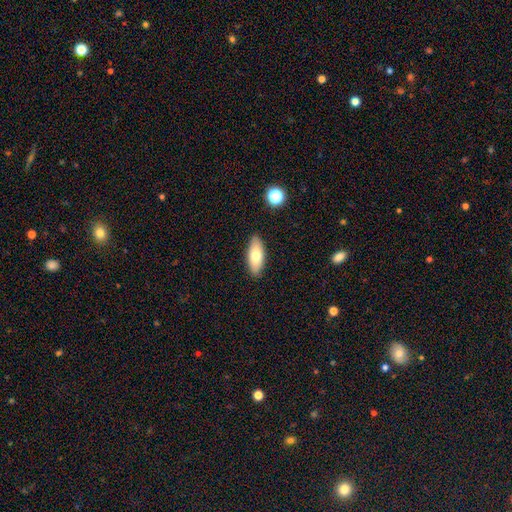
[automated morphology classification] Q: Smooth or featured?
A: smooth (72%); runner-up: featured or disk (21%)
Q: How rounded?
A: in between (80%); runner-up: cigar-shaped (17%)
Q: Merging?
A: none (88%); runner-up: minor disturbance (9%)